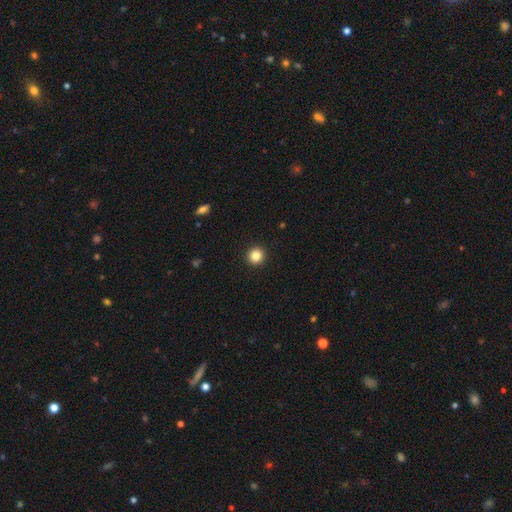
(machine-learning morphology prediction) Smooth or featured? Predicted: smooth (p=0.84). How rounded? Predicted: round (p=0.95). Merging? Predicted: none (p=0.94).